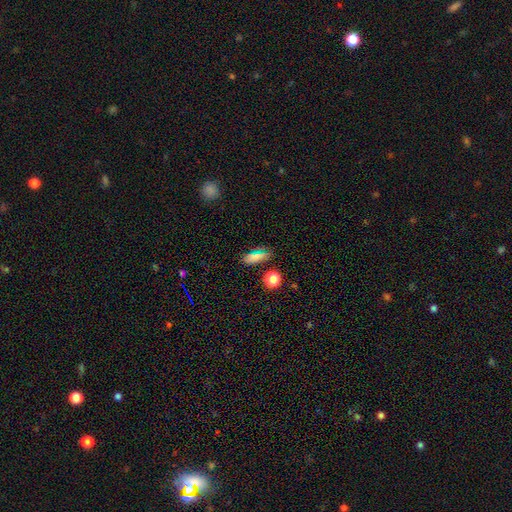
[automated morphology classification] Q: Smooth or featured?
A: smooth (72%); runner-up: star or artifact (19%)
Q: How rounded?
A: in between (72%); runner-up: cigar-shaped (19%)
Q: Merging?
A: none (83%); runner-up: minor disturbance (12%)